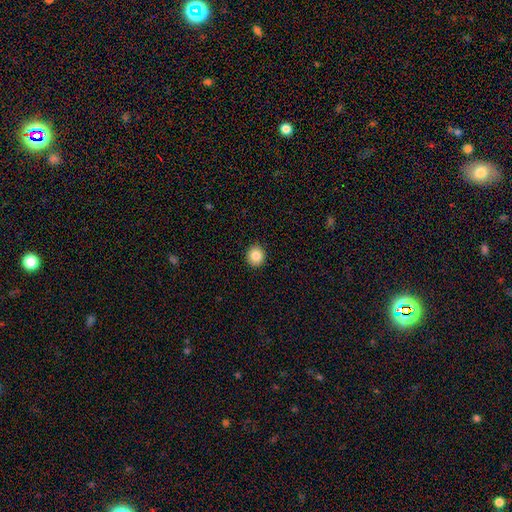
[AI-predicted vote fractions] Overall: smooth (85%). How rounded: round (87%). Merging: none (93%).